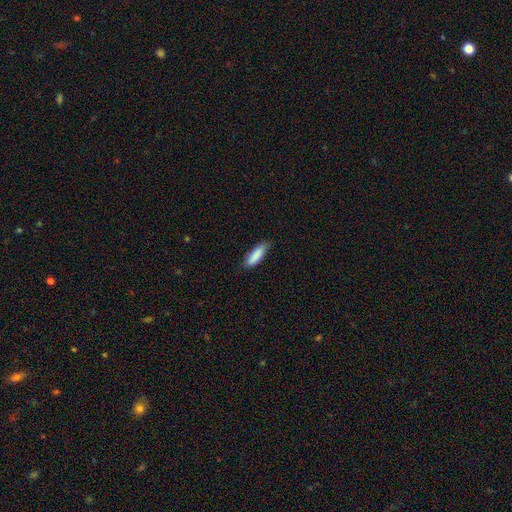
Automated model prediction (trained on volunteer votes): Smooth or featured: smooth — 87% (featured or disk — 7%)
How rounded: cigar-shaped — 55% (in between — 43%)
Merging: none — 75% (minor disturbance — 21%)